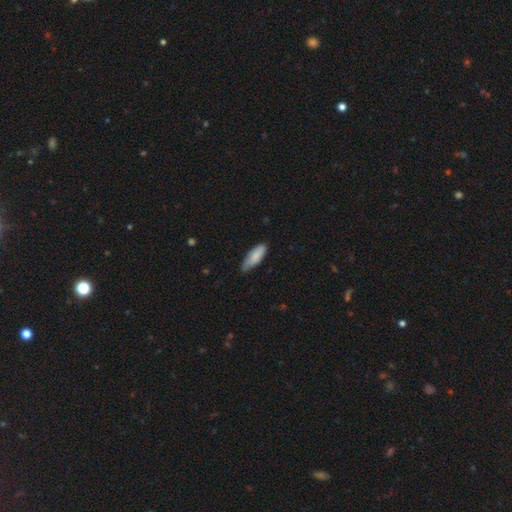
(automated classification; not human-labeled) The model was most divided on "how rounded": in between: 58%, cigar-shaped: 41%, round: 2%. More confident: smooth or featured — smooth (83%); merging — none (65%).